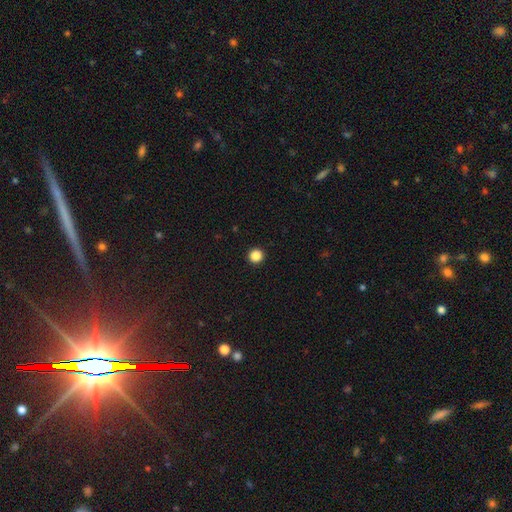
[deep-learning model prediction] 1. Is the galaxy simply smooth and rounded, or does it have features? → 86% smooth, 11% star or artifact, 3% featured or disk.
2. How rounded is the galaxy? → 96% round, 3% in between, 1% cigar-shaped.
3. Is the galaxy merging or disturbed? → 94% none, 3% minor disturbance, 1% major disturbance, 1% merger.